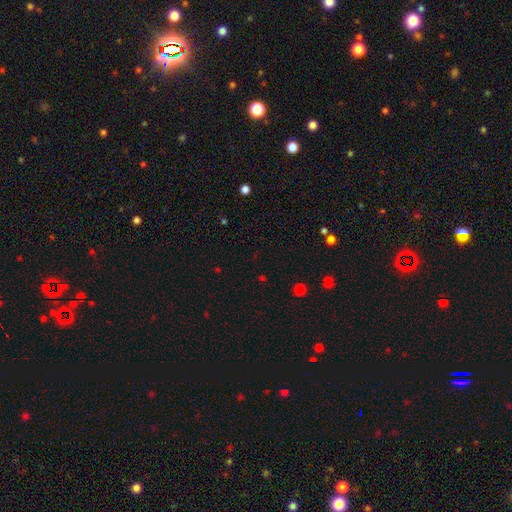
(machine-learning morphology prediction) smooth_or_featured: star or artifact (p=0.61) [alt: smooth p=0.32]